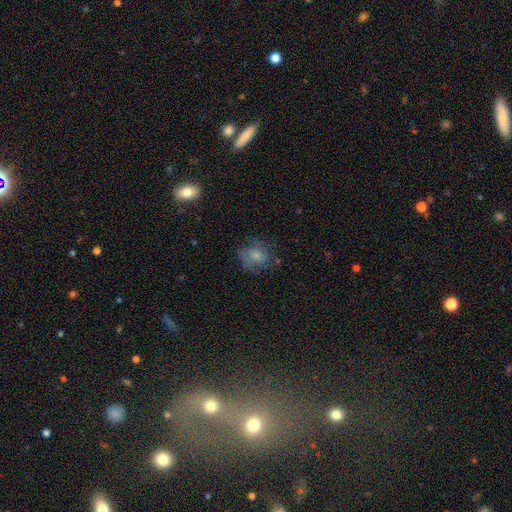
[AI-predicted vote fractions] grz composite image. It shows a smooth galaxy with no disk features (62%) that is round (63%). Merging: none (57%).